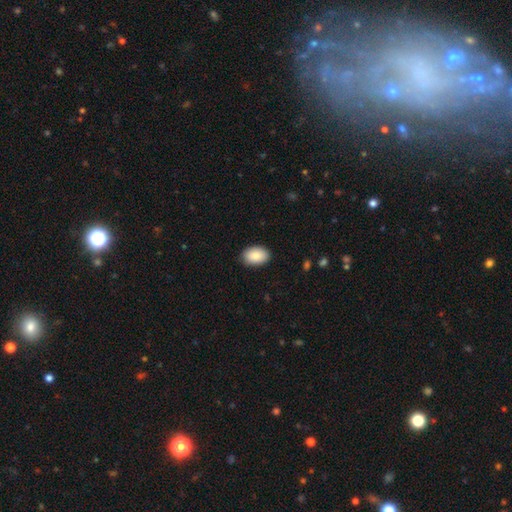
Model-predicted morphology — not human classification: Smooth or featured?
  - smooth: 88% *
  - star or artifact: 6%
  - featured or disk: 6%
How rounded?
  - in between: 90% *
  - round: 8%
  - cigar-shaped: 1%
Merging?
  - none: 87% *
  - minor disturbance: 10%
  - major disturbance: 2%
  - merger: 1%